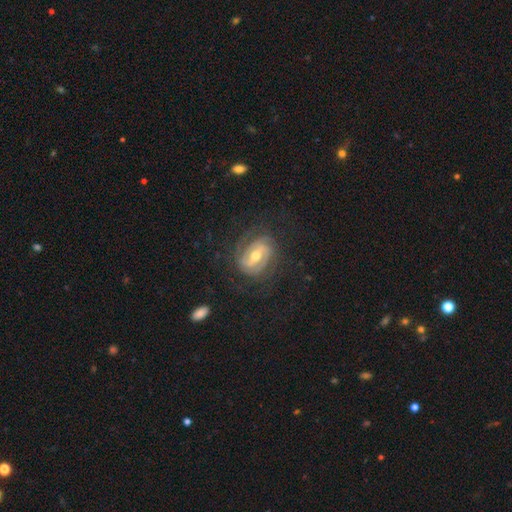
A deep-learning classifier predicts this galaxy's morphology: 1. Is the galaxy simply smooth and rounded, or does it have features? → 84% featured or disk, 9% smooth, 7% star or artifact.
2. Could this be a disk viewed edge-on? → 96% no, 4% yes.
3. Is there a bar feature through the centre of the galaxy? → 41% weak, 40% strong, 19% no.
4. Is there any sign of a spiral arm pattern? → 94% yes, 6% no.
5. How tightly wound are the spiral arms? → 55% tight, 33% medium, 12% loose.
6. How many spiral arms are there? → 50% 2, 19% can't tell, 17% 3, 5% 4, 5% 1, 4% more than 4.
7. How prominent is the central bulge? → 70% moderate, 23% small, 5% large, 1% none, 1% dominant.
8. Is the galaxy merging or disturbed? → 72% none, 16% minor disturbance, 11% major disturbance, 1% merger.